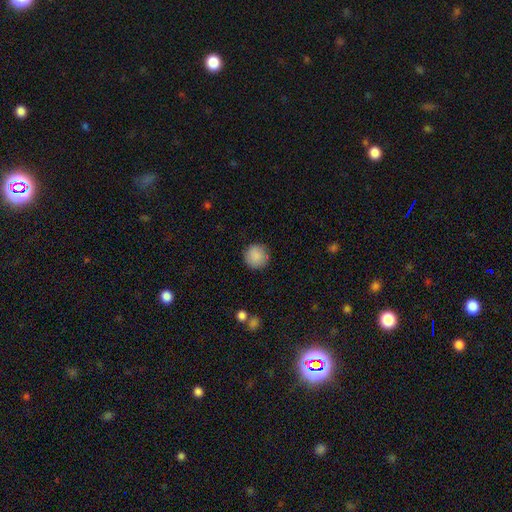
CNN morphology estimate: Overall: smooth (88%). How rounded: round (94%). Merging: none (88%).